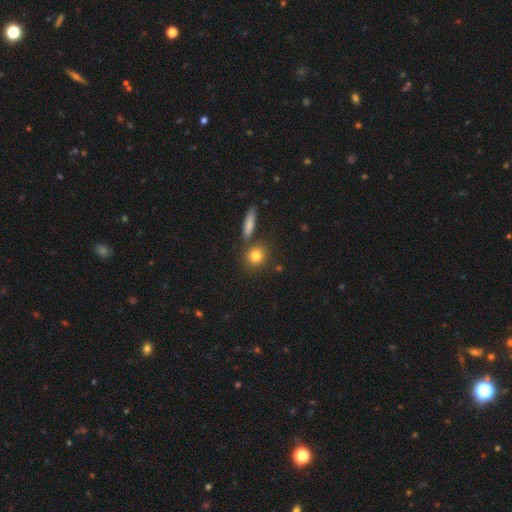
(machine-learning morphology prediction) A smooth galaxy with no disk features (80%) that is round (80%). Merging: none (74%).